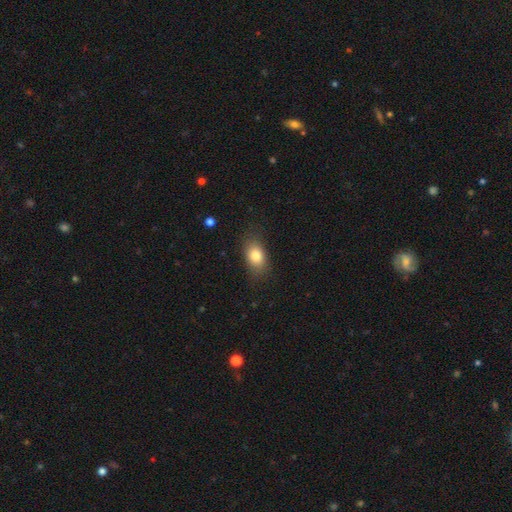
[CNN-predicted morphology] Smooth or featured? smooth (81%)
How rounded? in between (83%)
Merging? none (79%)